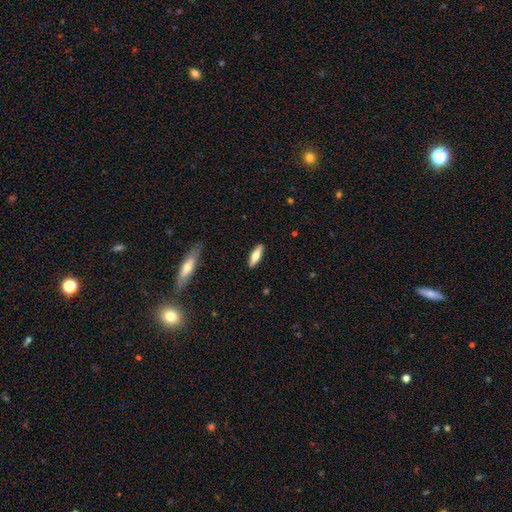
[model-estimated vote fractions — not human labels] smooth-or-featured: smooth: 68% | featured or disk: 26% | star or artifact: 6%
  how-rounded: cigar-shaped: 55% | in between: 43% | round: 2%
  merging: none: 87% | minor disturbance: 10% | major disturbance: 2% | merger: 1%